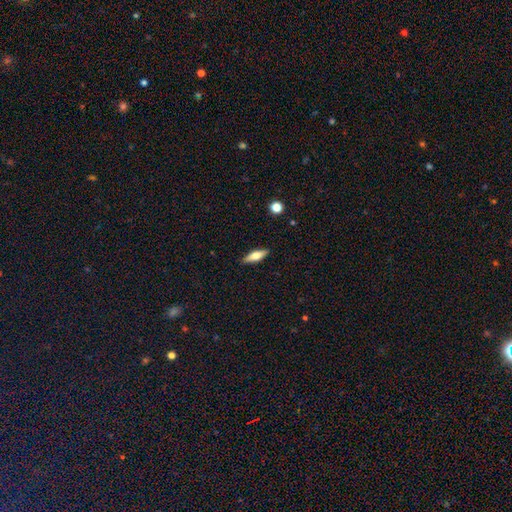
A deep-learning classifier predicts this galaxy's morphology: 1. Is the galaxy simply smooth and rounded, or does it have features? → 61% smooth, 32% featured or disk, 7% star or artifact.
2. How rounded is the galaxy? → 49% in between, 48% cigar-shaped, 3% round.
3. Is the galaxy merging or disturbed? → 88% none, 9% minor disturbance, 2% major disturbance, 1% merger.